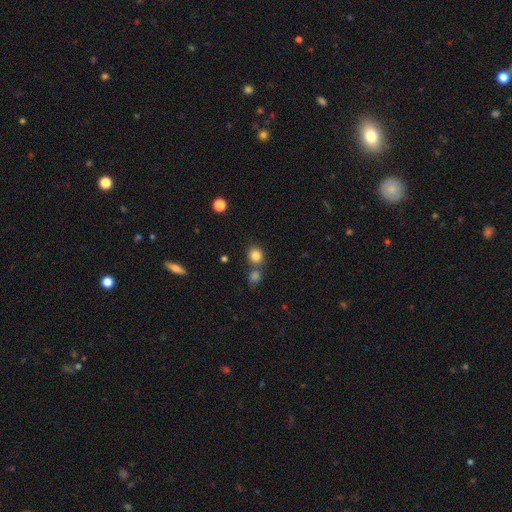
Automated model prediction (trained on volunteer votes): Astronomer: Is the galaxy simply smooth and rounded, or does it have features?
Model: smooth — 83%.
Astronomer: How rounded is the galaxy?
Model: round — 77%.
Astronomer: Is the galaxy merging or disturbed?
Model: none — 64%.